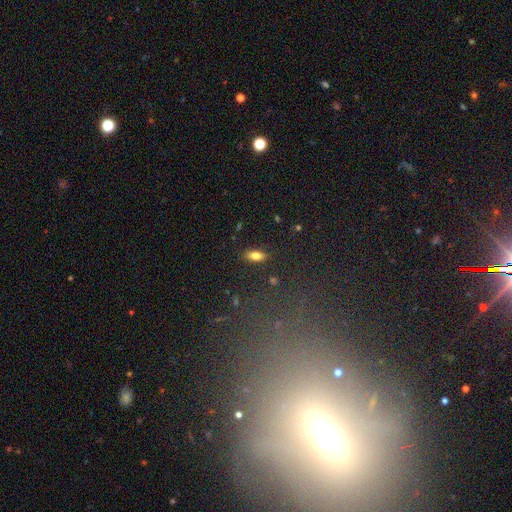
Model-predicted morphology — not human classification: Smooth or featured: smooth — 77% (featured or disk — 14%)
How rounded: in between — 86% (cigar-shaped — 10%)
Merging: none — 86% (minor disturbance — 10%)